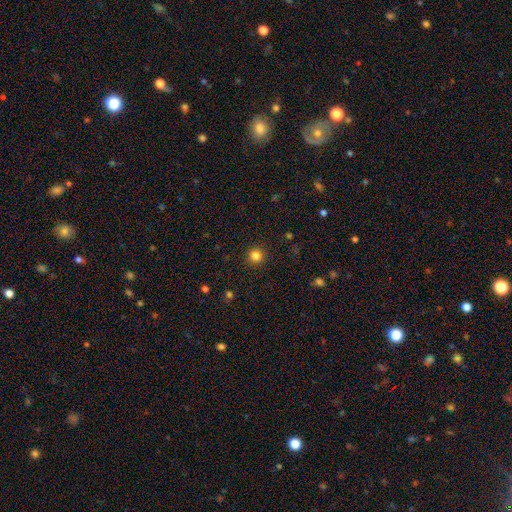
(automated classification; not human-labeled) The model was most divided on "smooth or featured": smooth: 83%, star or artifact: 13%, featured or disk: 4%. More confident: how rounded — round (94%); merging — none (92%).